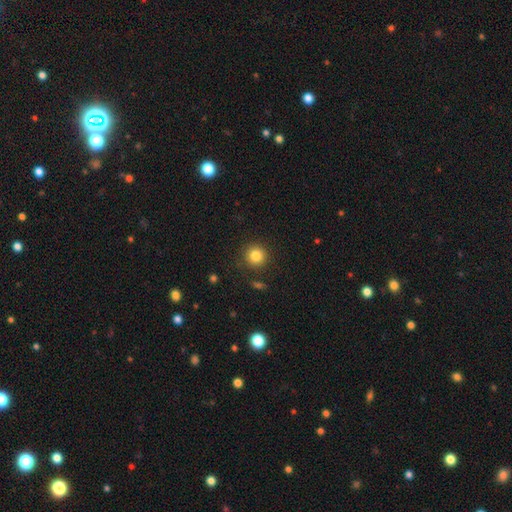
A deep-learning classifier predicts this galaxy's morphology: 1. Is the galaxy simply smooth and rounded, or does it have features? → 83% smooth, 11% star or artifact, 6% featured or disk.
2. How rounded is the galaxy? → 94% round, 5% in between, 1% cigar-shaped.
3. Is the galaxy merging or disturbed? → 88% none, 7% minor disturbance, 3% major disturbance, 2% merger.